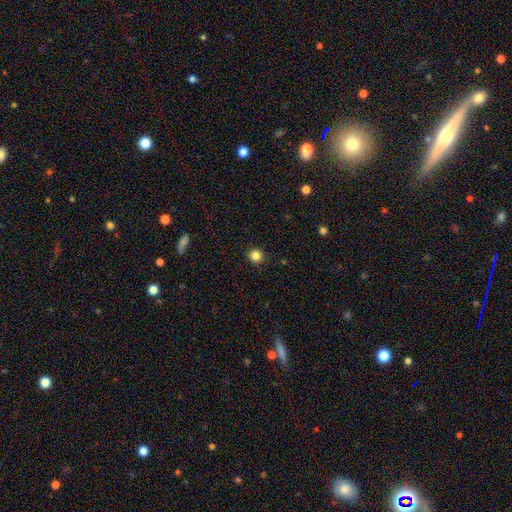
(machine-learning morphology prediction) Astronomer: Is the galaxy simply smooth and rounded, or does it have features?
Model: smooth — 84%.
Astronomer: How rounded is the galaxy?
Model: round — 93%.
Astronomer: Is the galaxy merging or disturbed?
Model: none — 92%.